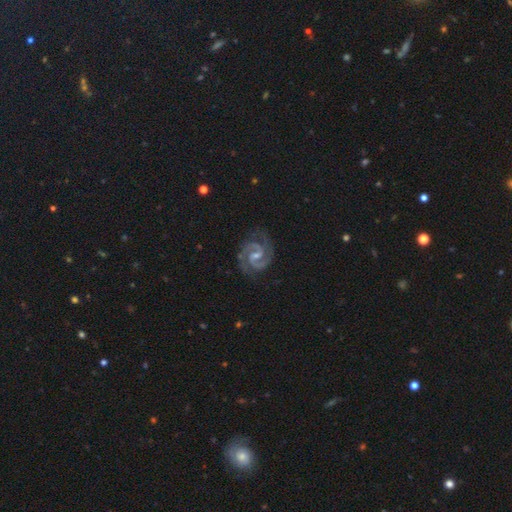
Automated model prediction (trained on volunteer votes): smooth_or_featured: featured or disk (p=0.92) [alt: star or artifact p=0.05]
disk_edge_on: no (p=0.98) [alt: yes p=0.02]
bar: weak (p=0.55) [alt: strong p=0.24]
has_spiral_arms: yes (p=0.99) [alt: no p=0.01]
spiral_winding: medium (p=0.51) [alt: tight p=0.43]
spiral_arm_count: 2 (p=0.91) [alt: 3 p=0.04]
bulge_size: small (p=0.55) [alt: moderate p=0.36]
merging: none (p=0.82) [alt: minor disturbance p=0.13]